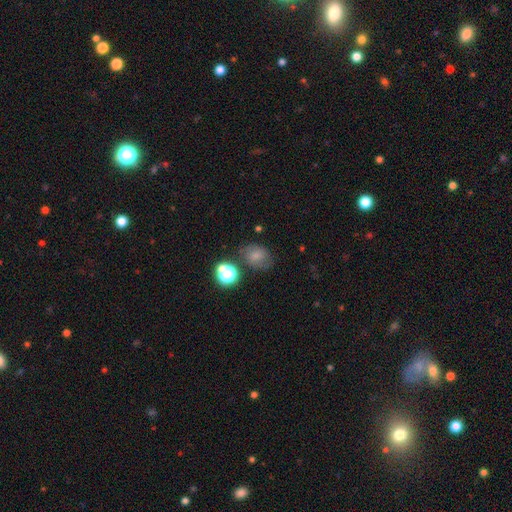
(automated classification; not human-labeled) Smooth or featured? smooth (71%)
How rounded? in between (55%)
Merging? none (66%)